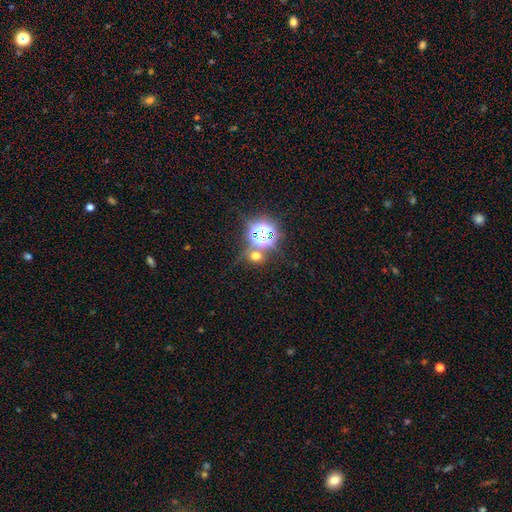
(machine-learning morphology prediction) A star or artifact, not a galaxy (46%, tied with smooth).

Vote fractions:
- Smooth or featured? star or artifact: 46% (tied) / smooth: 46% (tied) / featured or disk: 8%